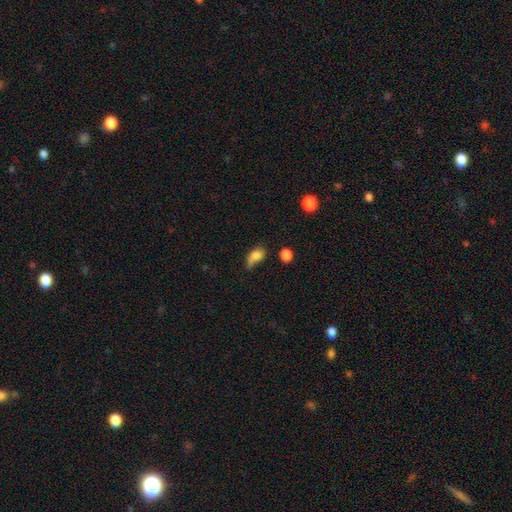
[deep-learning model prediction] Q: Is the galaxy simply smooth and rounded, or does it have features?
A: smooth — 77%.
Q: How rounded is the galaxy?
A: in between — 80%.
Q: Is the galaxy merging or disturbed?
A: minor disturbance — 37%.